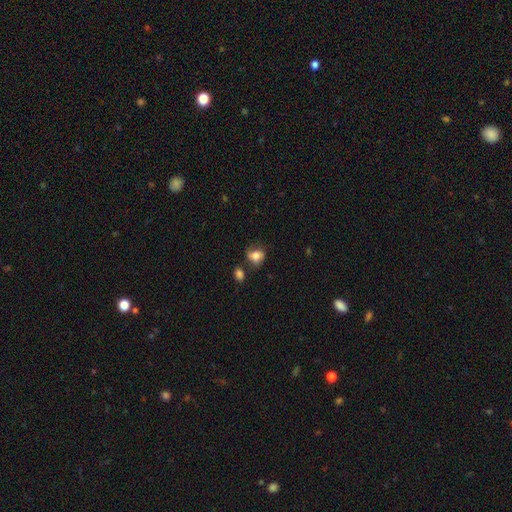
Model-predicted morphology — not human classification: Q: Smooth or featured?
A: smooth (74%); runner-up: featured or disk (16%)
Q: How rounded?
A: in between (55%); runner-up: round (44%)
Q: Merging?
A: none (56%); runner-up: minor disturbance (24%)